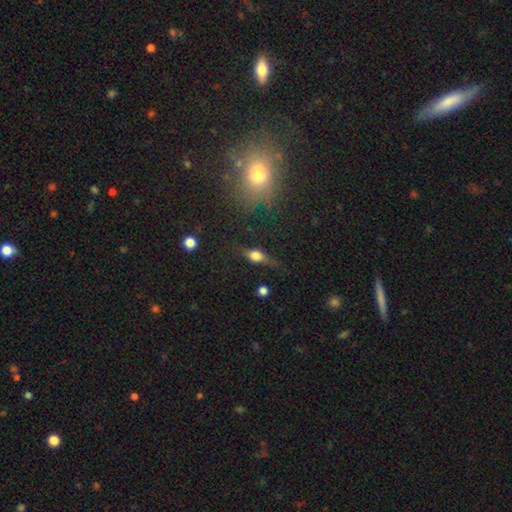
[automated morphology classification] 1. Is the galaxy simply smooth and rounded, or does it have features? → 47% smooth, 42% featured or disk, 10% star or artifact.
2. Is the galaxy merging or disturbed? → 68% none, 21% minor disturbance, 9% major disturbance, 2% merger.